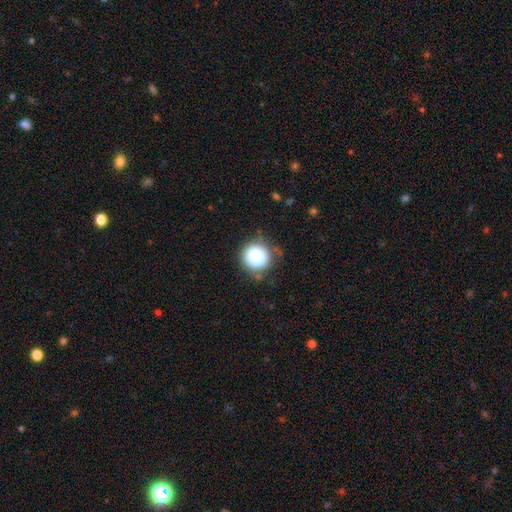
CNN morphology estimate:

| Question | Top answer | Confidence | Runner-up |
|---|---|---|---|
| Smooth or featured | smooth | 80% | featured or disk (11%) |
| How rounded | round | 93% | in between (6%) |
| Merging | none | 72% | minor disturbance (19%) |